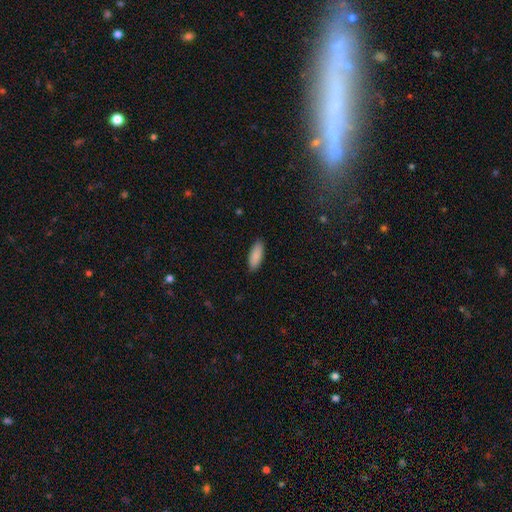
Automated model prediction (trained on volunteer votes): smooth_or_featured: smooth (p=0.90) [alt: star or artifact p=0.06]
how_rounded: in between (p=0.73) [alt: cigar-shaped p=0.26]
merging: none (p=0.89) [alt: minor disturbance p=0.09]